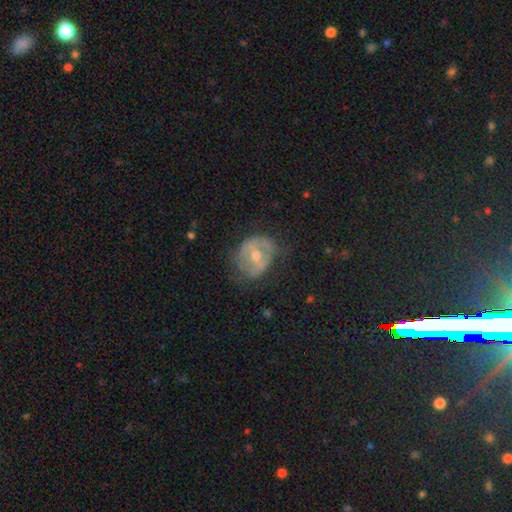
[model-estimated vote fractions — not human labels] Morphology: type=featured or disk (64%); edge-on=no (95%); bar=weak (38%); spiral arms=no (53%); bulge=moderate (62%); merging=none (62%).